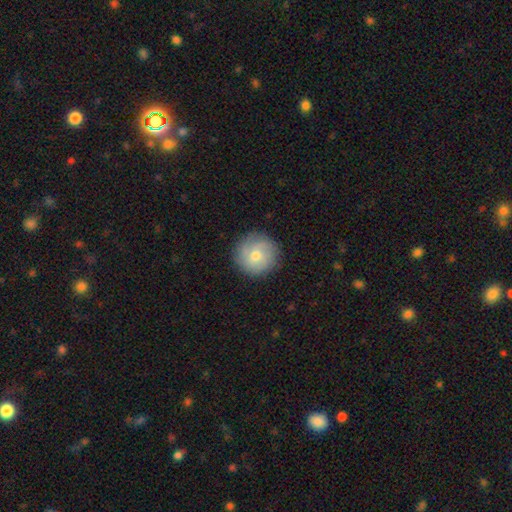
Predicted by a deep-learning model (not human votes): smooth_or_featured: smooth (p=0.59) [alt: featured or disk p=0.33]
how_rounded: round (p=0.95) [alt: in between p=0.04]
merging: none (p=0.85) [alt: minor disturbance p=0.11]